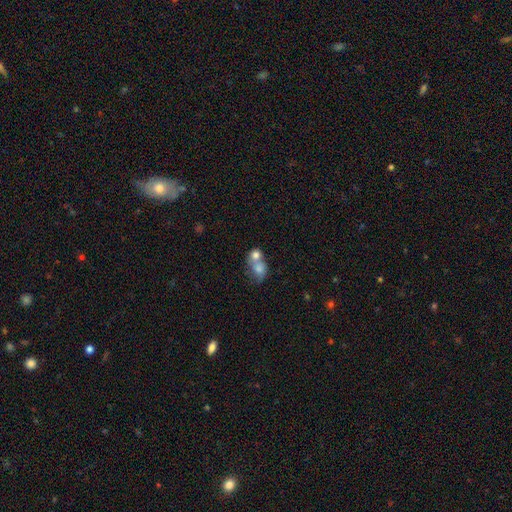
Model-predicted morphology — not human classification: This is likely a smooth galaxy (73%). How rounded: possibly round (59%). Merging: likely merger (68%).